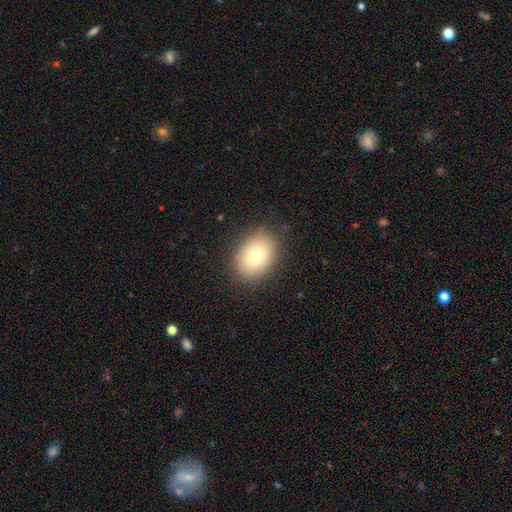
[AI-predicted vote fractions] Smooth or featured?
  - smooth: 74% *
  - featured or disk: 15%
  - star or artifact: 11%
How rounded?
  - in between: 65% *
  - round: 34%
  - cigar-shaped: 1%
Merging?
  - none: 84% *
  - minor disturbance: 12%
  - major disturbance: 3%
  - merger: 1%